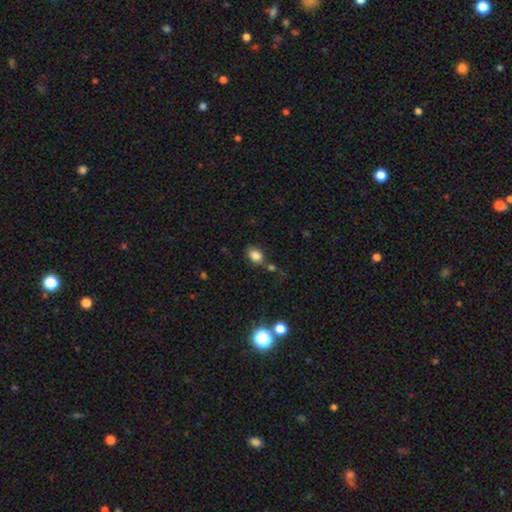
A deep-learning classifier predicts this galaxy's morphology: Smooth or featured? smooth (82%)
How rounded? in between (68%)
Merging? none (69%)